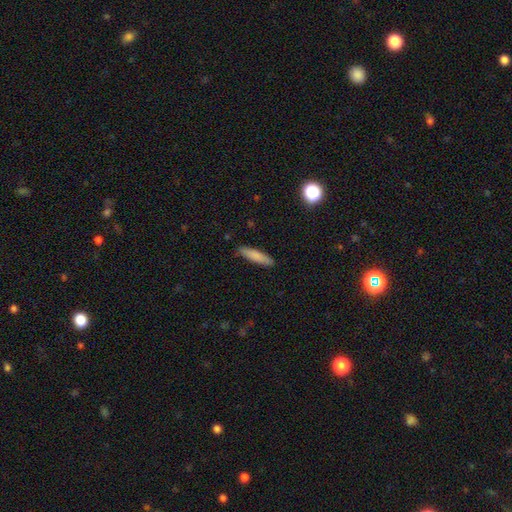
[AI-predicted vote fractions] Smooth or featured?
  - smooth: 81% *
  - featured or disk: 12%
  - star or artifact: 6%
How rounded?
  - cigar-shaped: 81% *
  - in between: 18%
  - round: 1%
Merging?
  - none: 88% *
  - minor disturbance: 9%
  - major disturbance: 2%
  - merger: 1%